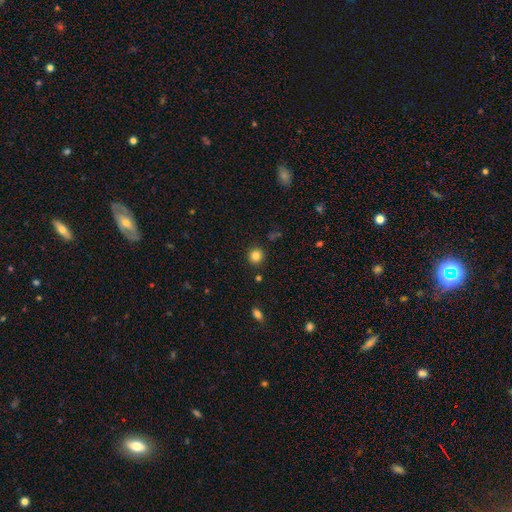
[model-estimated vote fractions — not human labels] A smooth galaxy with no disk features (83%) that is round (90%). Merging: none (89%).